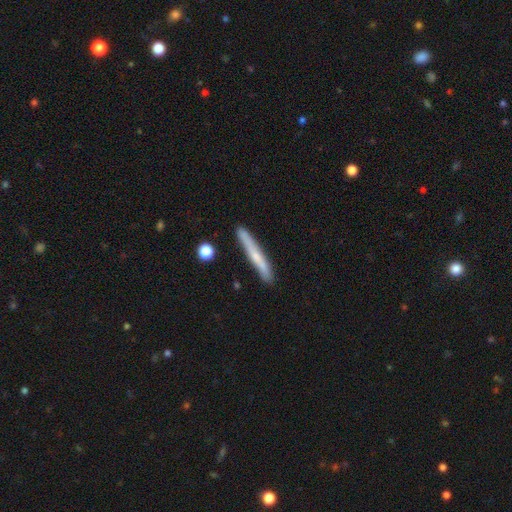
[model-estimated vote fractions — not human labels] A smooth galaxy with no disk features (51%) that is cigar-shaped (96%).

Vote fractions:
- Smooth or featured? smooth: 51% / featured or disk: 42% / star or artifact: 7%
- How rounded? cigar-shaped: 96% / in between: 3% / round: 1%
- Merging? none: 86% / minor disturbance: 10% / merger: 2% / major disturbance: 2%